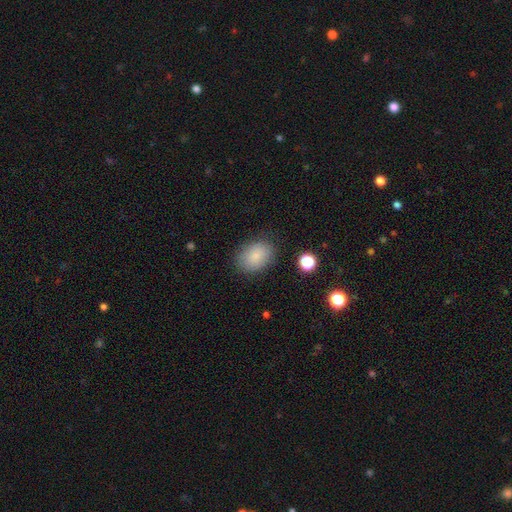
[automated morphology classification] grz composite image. It shows a smooth galaxy with no disk features (85%) that is in between round and cigar-shaped (73%). Merging: none (82%).